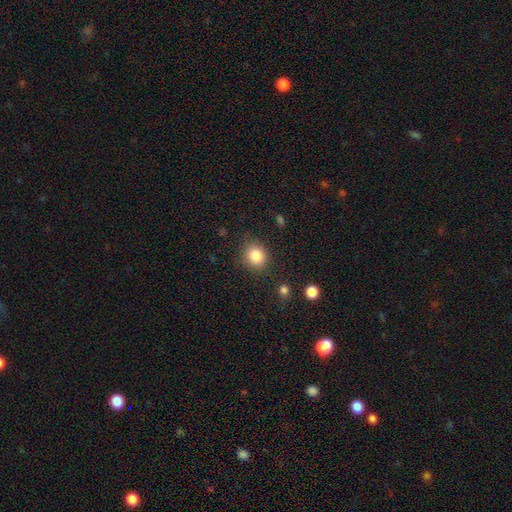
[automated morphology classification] A smooth galaxy with no disk features (85%) that is round (75%).

Vote fractions:
- Smooth or featured? smooth: 85% / star or artifact: 10% / featured or disk: 5%
- How rounded? round: 75% / in between: 24% / cigar-shaped: 1%
- Merging? none: 84% / minor disturbance: 11% / major disturbance: 3% / merger: 2%